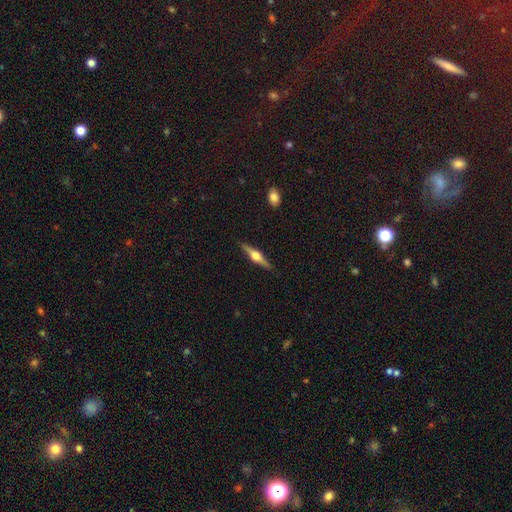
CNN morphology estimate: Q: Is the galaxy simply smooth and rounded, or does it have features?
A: featured or disk — 77%.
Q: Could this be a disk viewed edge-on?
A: yes — 98%.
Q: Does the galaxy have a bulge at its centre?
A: rounded — 94%.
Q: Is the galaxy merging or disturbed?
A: none — 90%.